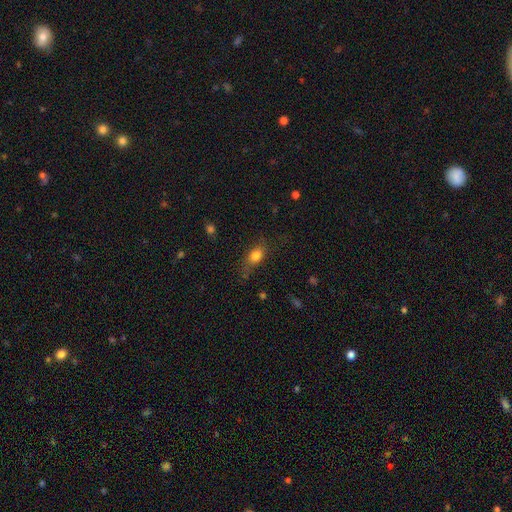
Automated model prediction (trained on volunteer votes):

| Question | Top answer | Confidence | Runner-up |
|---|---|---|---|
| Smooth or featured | smooth | 78% | featured or disk (12%) |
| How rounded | in between | 73% | round (17%) |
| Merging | none | 63% | minor disturbance (24%) |